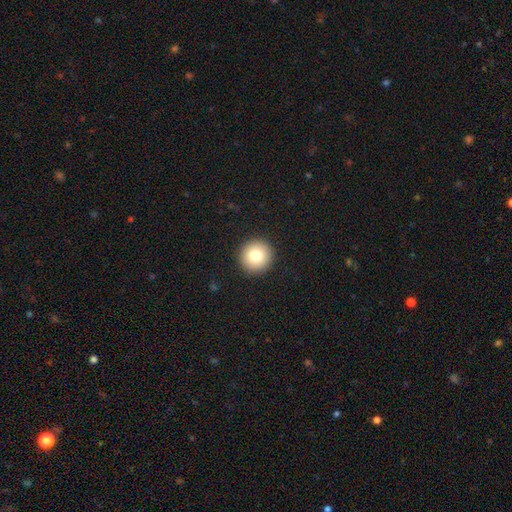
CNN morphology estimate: smooth 79%, featured or disk 11%, star or artifact 10%. Down the decision tree: how rounded — round (96%); merging — none (93%).